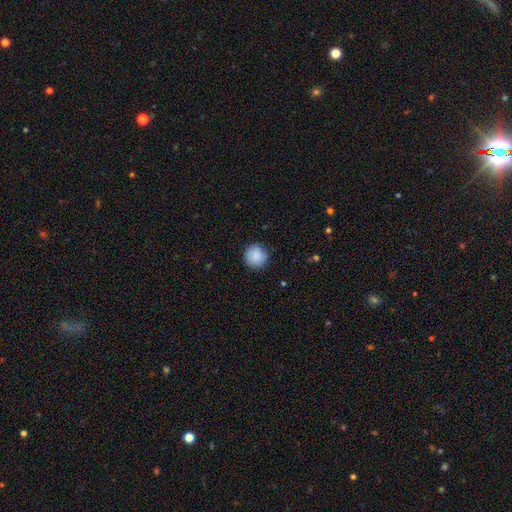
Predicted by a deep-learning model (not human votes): smooth 88%, star or artifact 7%, featured or disk 5%. Down the decision tree: how rounded — round (94%); merging — none (87%).